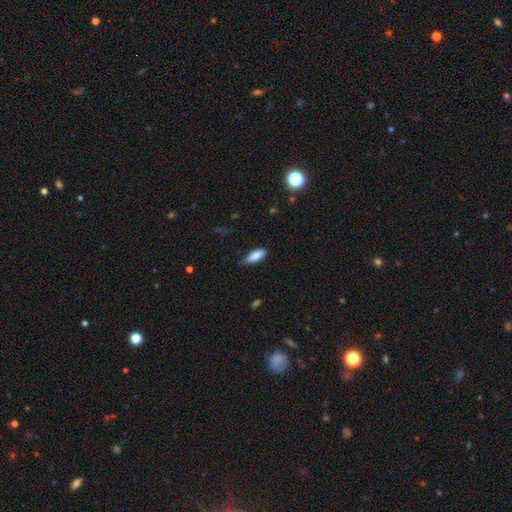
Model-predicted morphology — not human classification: Smooth or featured?
  - smooth: 86% *
  - star or artifact: 7%
  - featured or disk: 7%
How rounded?
  - in between: 79% *
  - cigar-shaped: 19%
  - round: 2%
Merging?
  - none: 56% *
  - minor disturbance: 36%
  - major disturbance: 6%
  - merger: 2%